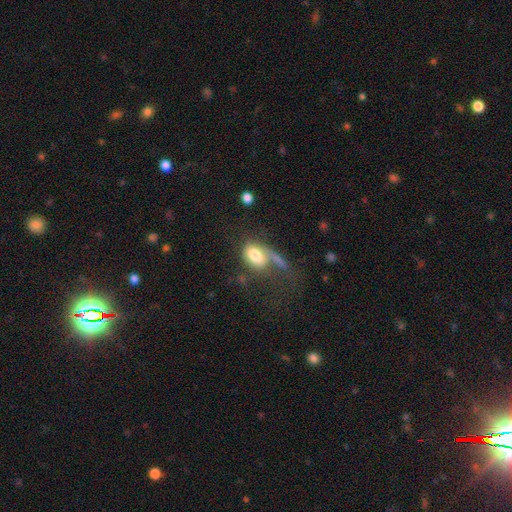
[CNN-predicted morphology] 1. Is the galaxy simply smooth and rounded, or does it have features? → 70% smooth, 22% featured or disk, 8% star or artifact.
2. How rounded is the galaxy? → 80% in between, 18% round, 3% cigar-shaped.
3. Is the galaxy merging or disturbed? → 40% major disturbance, 25% none, 19% merger, 16% minor disturbance.